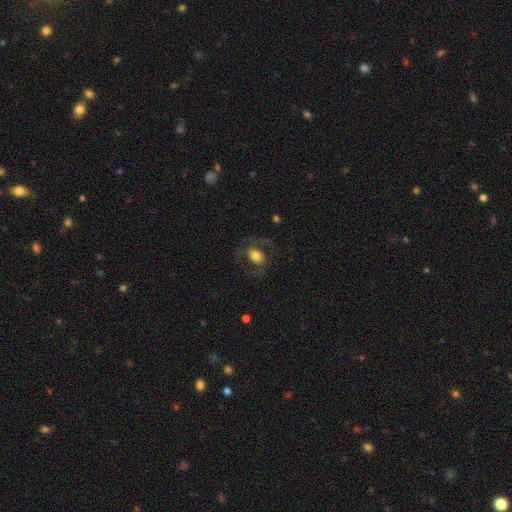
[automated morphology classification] A smooth galaxy with no disk features (57%) that is in between round and cigar-shaped (55%). Merging: none (72%).